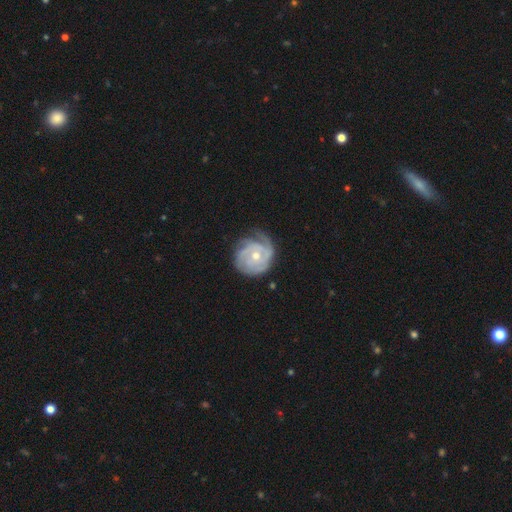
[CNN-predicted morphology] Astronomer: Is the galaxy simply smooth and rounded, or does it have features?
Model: featured or disk — 78%.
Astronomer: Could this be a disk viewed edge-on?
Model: no — 98%.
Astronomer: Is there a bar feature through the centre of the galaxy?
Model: no — 78%.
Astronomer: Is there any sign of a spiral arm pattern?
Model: yes — 91%.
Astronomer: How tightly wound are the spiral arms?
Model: tight — 68%.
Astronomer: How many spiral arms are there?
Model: can't tell — 36% (runner-up: 3, 25%).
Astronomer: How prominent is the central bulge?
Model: moderate — 59% (runner-up: small, 36%).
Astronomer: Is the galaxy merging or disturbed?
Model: none — 60%.